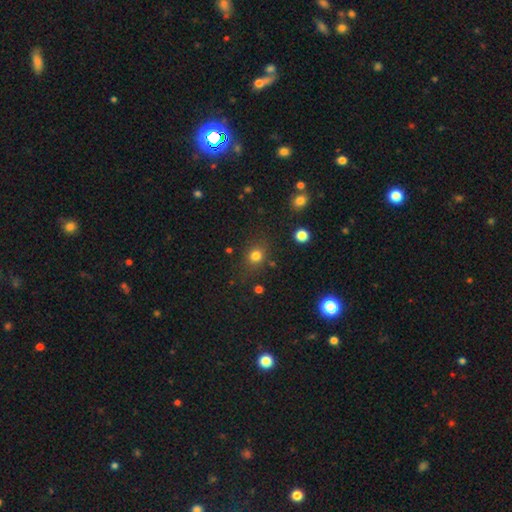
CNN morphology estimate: This appears to be a smooth galaxy with no disk features (78%) that is round (72%). Merging: none (79%).